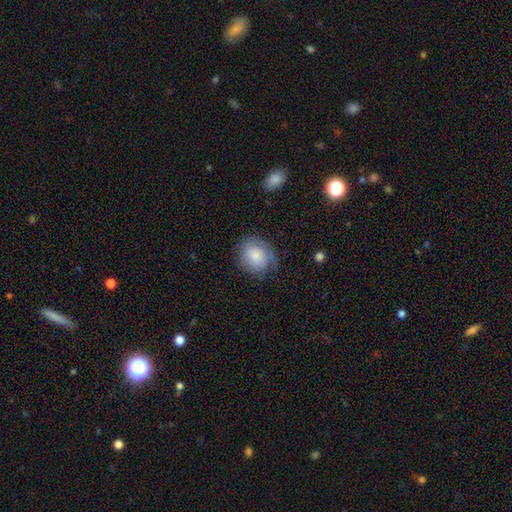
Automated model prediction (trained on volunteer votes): The model was most divided on "merging": none: 62%, minor disturbance: 27%, major disturbance: 10%, merger: 2%. More confident: smooth or featured — smooth (73%); how rounded — round (68%).